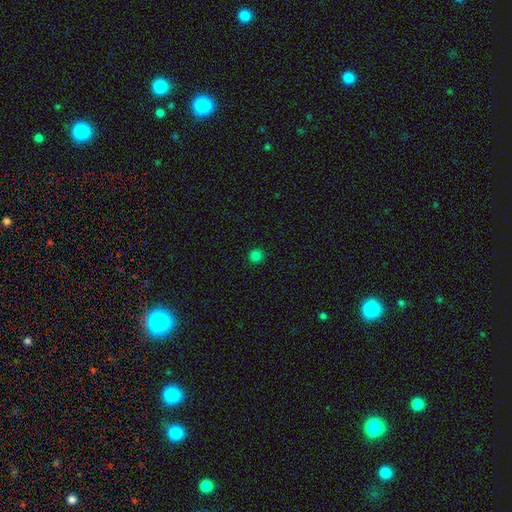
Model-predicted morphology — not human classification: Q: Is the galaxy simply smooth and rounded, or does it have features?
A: smooth — 82%.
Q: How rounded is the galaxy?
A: round — 94%.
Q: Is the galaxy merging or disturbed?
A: none — 92%.